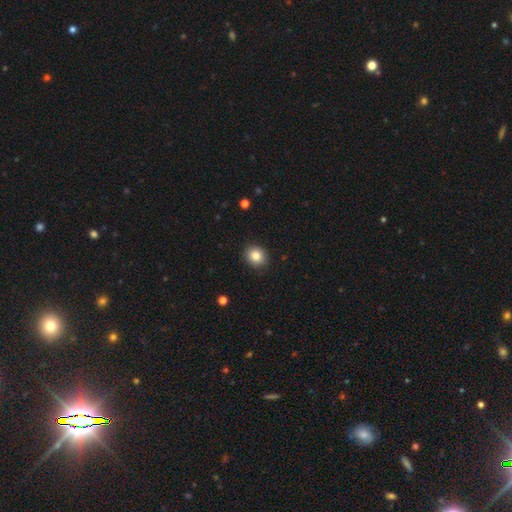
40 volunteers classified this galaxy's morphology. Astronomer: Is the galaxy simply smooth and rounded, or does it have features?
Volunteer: smooth — 95%.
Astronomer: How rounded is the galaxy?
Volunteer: round — 92%.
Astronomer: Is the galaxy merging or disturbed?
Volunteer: none — 92%.